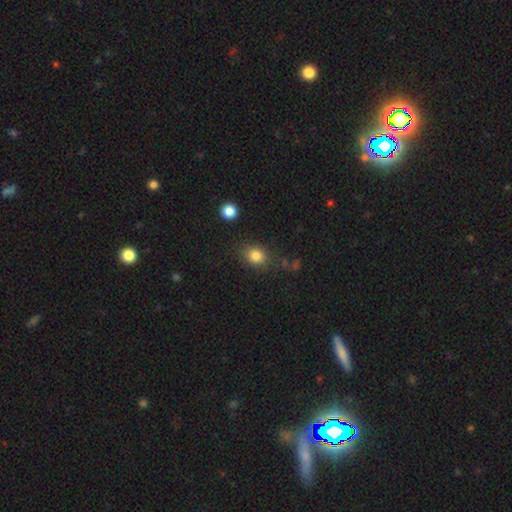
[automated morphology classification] Smooth or featured? smooth (83%)
How rounded? round (54%)
Merging? none (79%)